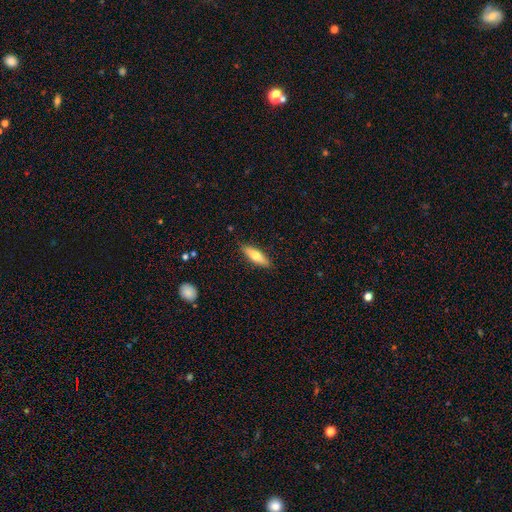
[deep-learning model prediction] Smooth or featured? Predicted: smooth (p=0.65). How rounded? Predicted: cigar-shaped (p=0.52). Merging? Predicted: none (p=0.88).